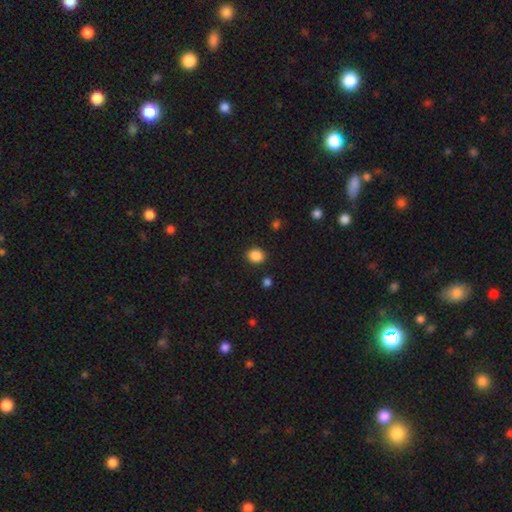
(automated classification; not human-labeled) smooth-or-featured: smooth: 87% | star or artifact: 10% | featured or disk: 3%
  how-rounded: round: 65% | in between: 34% | cigar-shaped: 1%
  merging: none: 89% | minor disturbance: 7% | major disturbance: 2% | merger: 2%